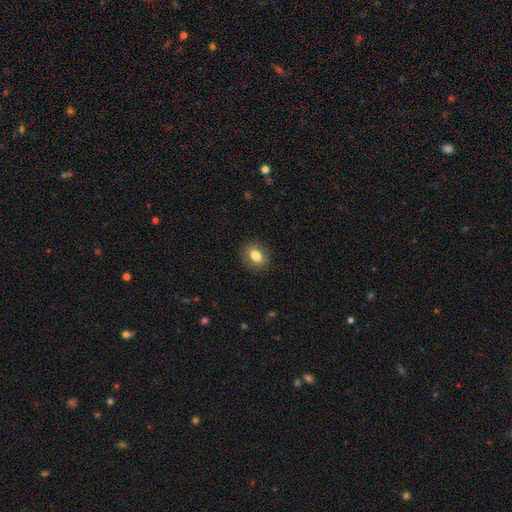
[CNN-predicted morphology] Overall: smooth (81%). How rounded: in between (60%; round 39%). Merging: none (88%).